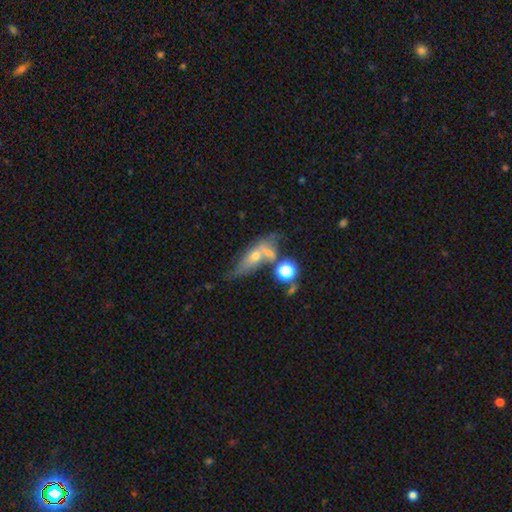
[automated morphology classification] Q: Smooth or featured?
A: featured or disk (48%); runner-up: smooth (38%)
Q: Merging?
A: none (33%); runner-up: merger (31%)